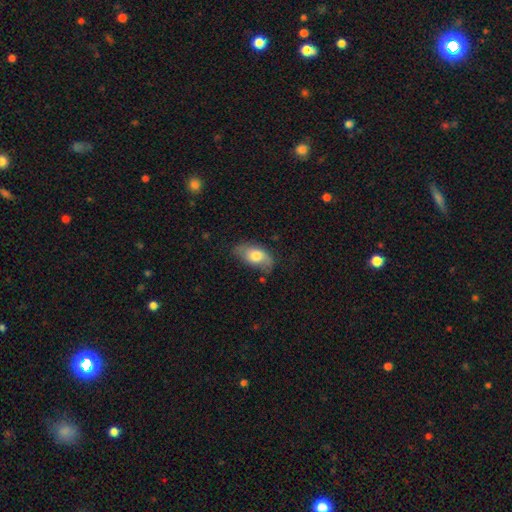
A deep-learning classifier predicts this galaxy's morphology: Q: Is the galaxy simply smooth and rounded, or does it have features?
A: smooth — 65%.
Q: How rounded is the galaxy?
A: in between — 92%.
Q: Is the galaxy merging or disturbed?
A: none — 62%.